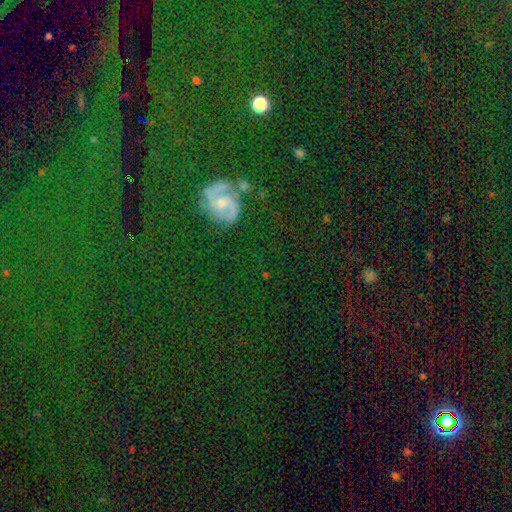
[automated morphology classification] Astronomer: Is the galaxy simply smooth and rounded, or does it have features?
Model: star or artifact — 55%.